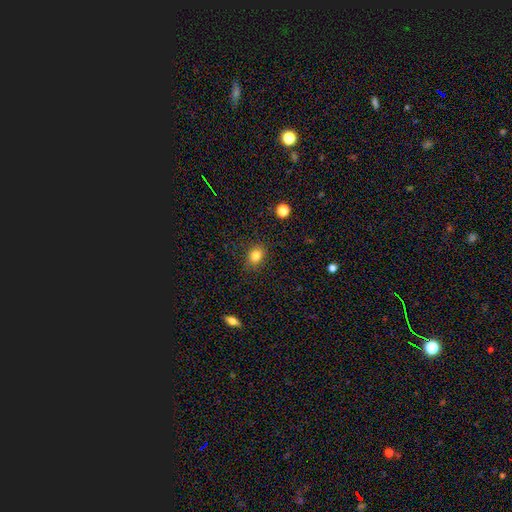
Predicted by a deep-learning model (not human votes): Q: Smooth or featured?
A: smooth (83%); runner-up: star or artifact (11%)
Q: How rounded?
A: in between (57%); runner-up: round (42%)
Q: Merging?
A: none (82%); runner-up: minor disturbance (14%)